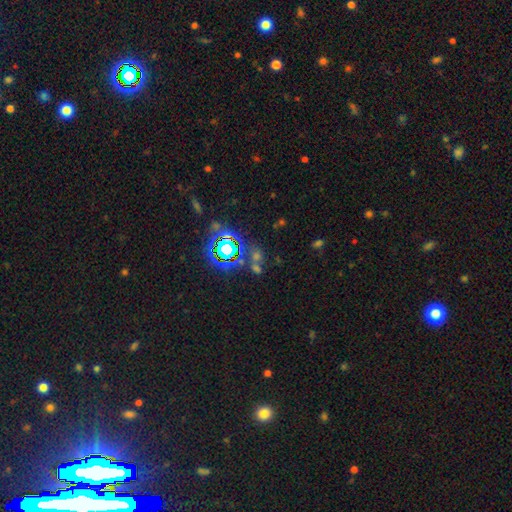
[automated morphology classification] smooth-or-featured: star or artifact: 59% | smooth: 30% | featured or disk: 11%